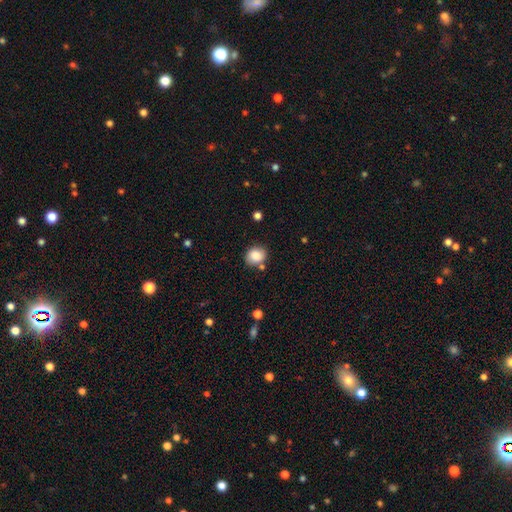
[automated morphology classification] smooth 85%, star or artifact 9%, featured or disk 6%. Down the decision tree: how rounded — round (70%); merging — none (73%).